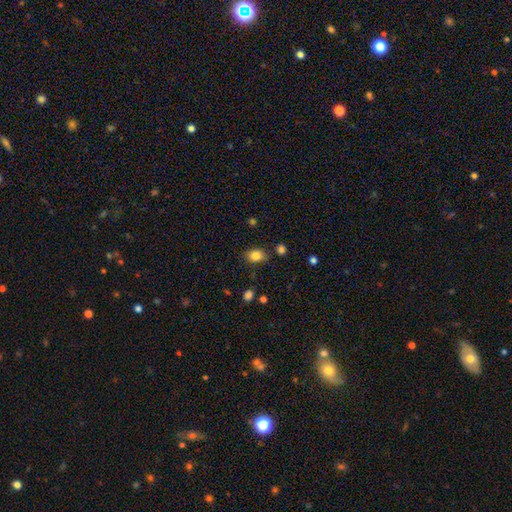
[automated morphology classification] The model was most divided on "how rounded": in between: 64%, round: 35%, cigar-shaped: 1%. More confident: smooth or featured — smooth (83%); merging — none (78%).